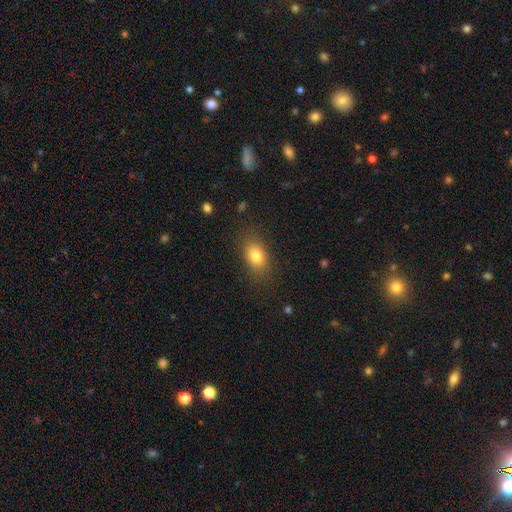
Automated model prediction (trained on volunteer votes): smooth_or_featured: smooth (p=0.81) [alt: star or artifact p=0.10]
how_rounded: in between (p=0.82) [alt: round p=0.16]
merging: none (p=0.82) [alt: minor disturbance p=0.12]